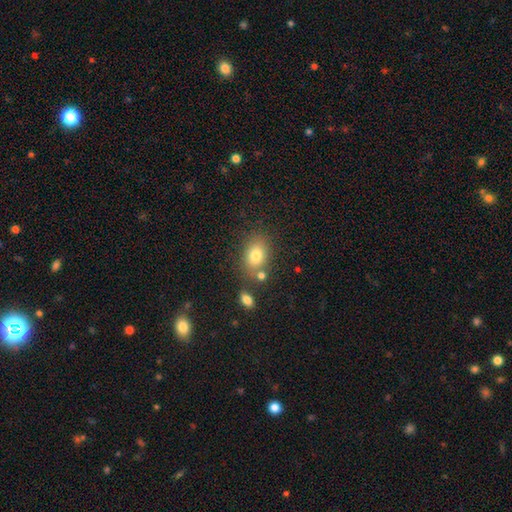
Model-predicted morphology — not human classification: Overall: smooth (79%). How rounded: in between (75%). Merging: none (67%).